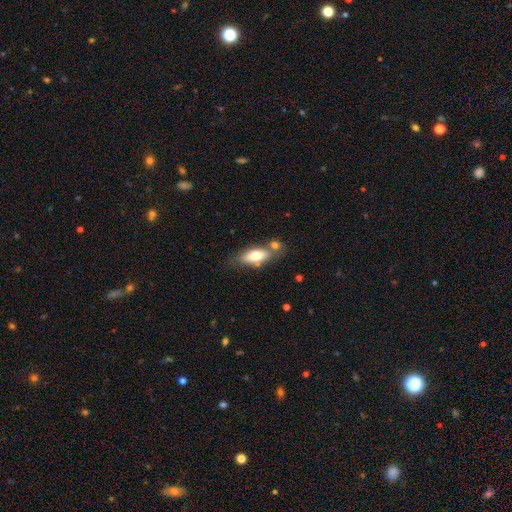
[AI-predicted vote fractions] Morphology: type=smooth (71%); roundness=in between (78%); merging=none (54%).